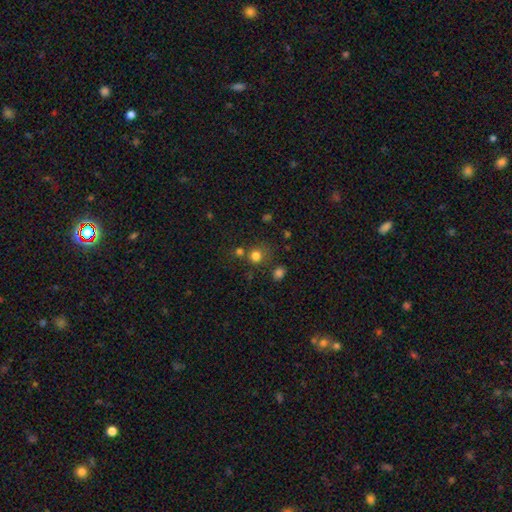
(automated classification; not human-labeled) This is likely a smooth galaxy (77%). How rounded: clearly round (87%). Merging: likely none (66%).